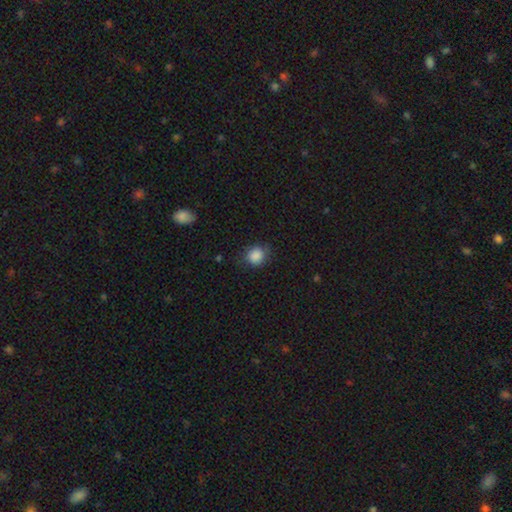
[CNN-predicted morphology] Smooth or featured: smooth — 87% (star or artifact — 9%)
How rounded: round — 76% (in between — 23%)
Merging: none — 75% (minor disturbance — 19%)